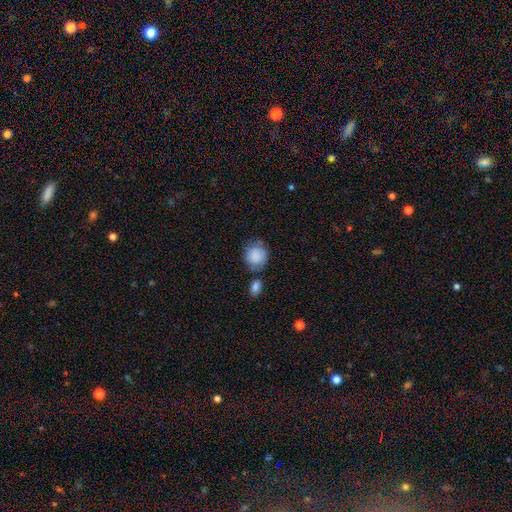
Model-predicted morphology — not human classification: Smooth or featured? smooth (87%)
How rounded? round (78%)
Merging? none (60%)